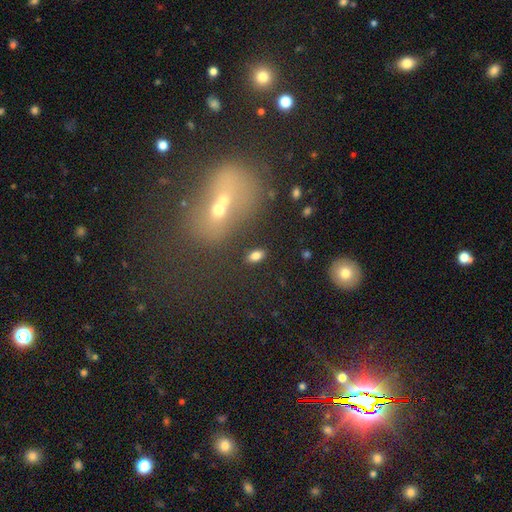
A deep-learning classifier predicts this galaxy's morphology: Q: Smooth or featured?
A: smooth (80%); runner-up: star or artifact (11%)
Q: How rounded?
A: in between (89%); runner-up: round (8%)
Q: Merging?
A: none (85%); runner-up: minor disturbance (8%)